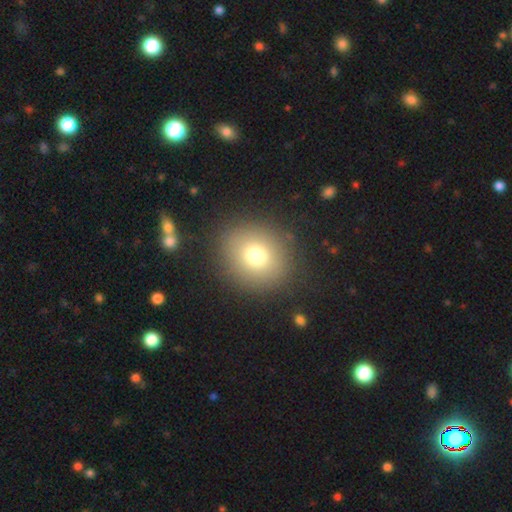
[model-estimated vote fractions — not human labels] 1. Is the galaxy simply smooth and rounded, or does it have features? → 74% smooth, 14% star or artifact, 12% featured or disk.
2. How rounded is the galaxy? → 84% round, 16% in between, 1% cigar-shaped.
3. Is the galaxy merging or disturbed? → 87% none, 8% minor disturbance, 3% major disturbance, 2% merger.